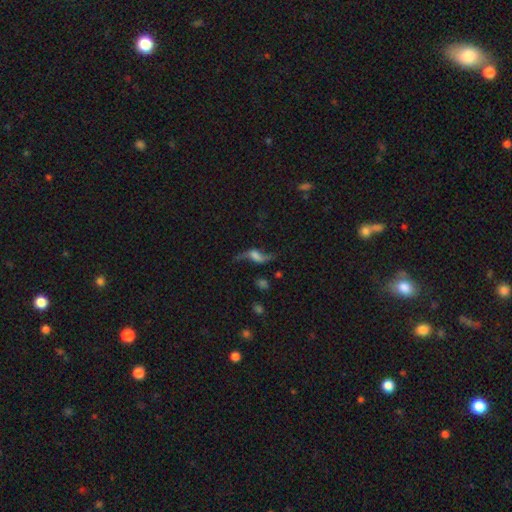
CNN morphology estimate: The model was most divided on "bar": no: 43%, weak: 39%, strong: 18%. Remaining: spiral winding — loose (93%); spiral arm count — 2 (92%); spiral arms — yes (92%); edge-on disk — no (86%); smooth or featured — featured or disk (74%); merging — none (66%); bulge size — none (31%).